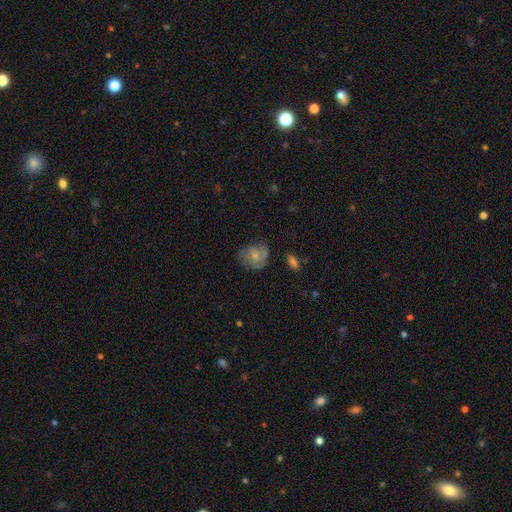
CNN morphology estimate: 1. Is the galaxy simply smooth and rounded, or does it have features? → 46% featured or disk, 45% smooth, 9% star or artifact.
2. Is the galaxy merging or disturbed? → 59% none, 25% minor disturbance, 14% major disturbance, 2% merger.